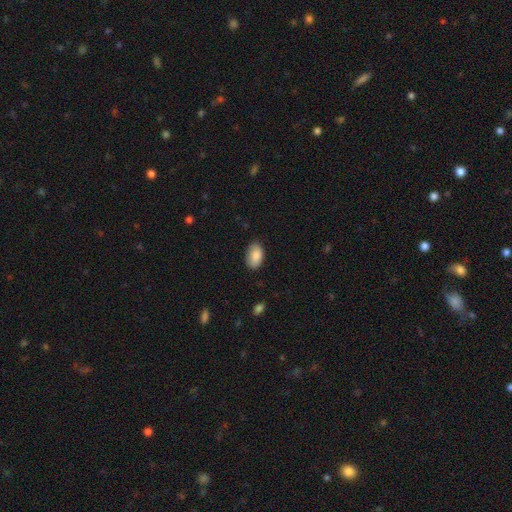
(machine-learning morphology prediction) Q: Smooth or featured?
A: smooth (87%); runner-up: star or artifact (6%)
Q: How rounded?
A: in between (93%); runner-up: round (6%)
Q: Merging?
A: none (82%); runner-up: minor disturbance (14%)